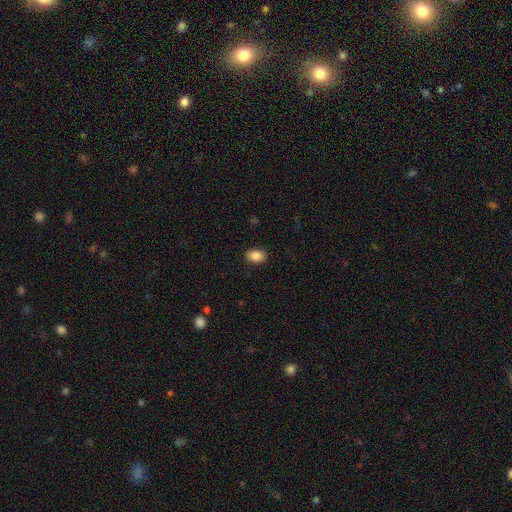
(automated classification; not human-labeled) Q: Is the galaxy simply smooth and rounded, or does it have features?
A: smooth — 88%.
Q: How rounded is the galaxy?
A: in between — 83%.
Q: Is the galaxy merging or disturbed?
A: none — 89%.